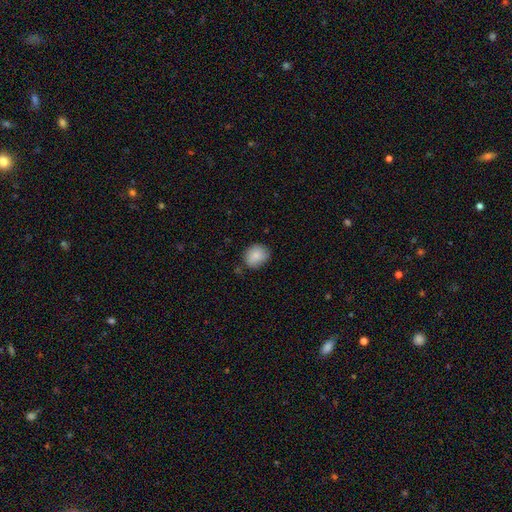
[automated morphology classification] type=smooth (86%); roundness=round (64%); merging=none (73%).